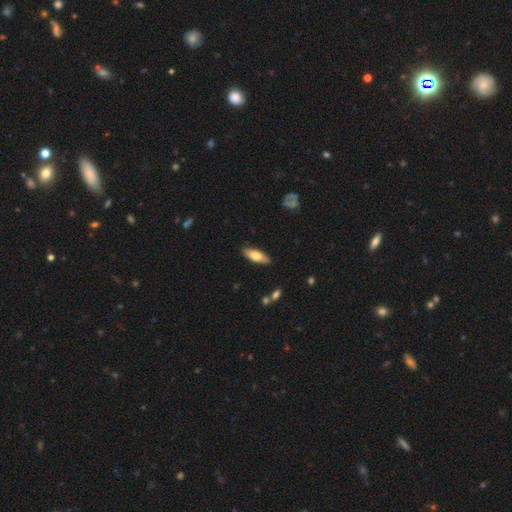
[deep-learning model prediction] A smooth galaxy with no disk features (70%) that is in between round and cigar-shaped (66%). Merging: none (86%).